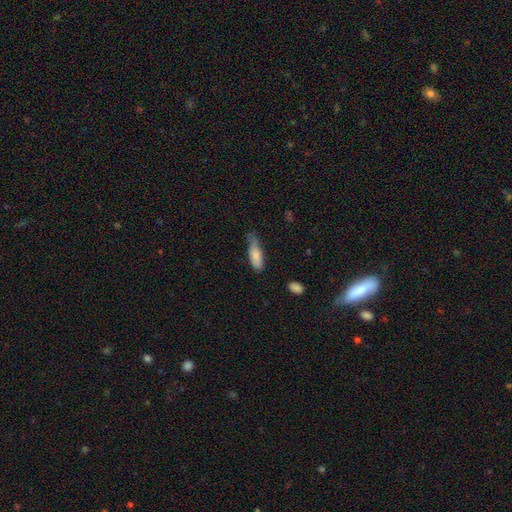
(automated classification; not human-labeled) Morphology: type=smooth (81%); roundness=in between (60%); merging=minor disturbance (45%).